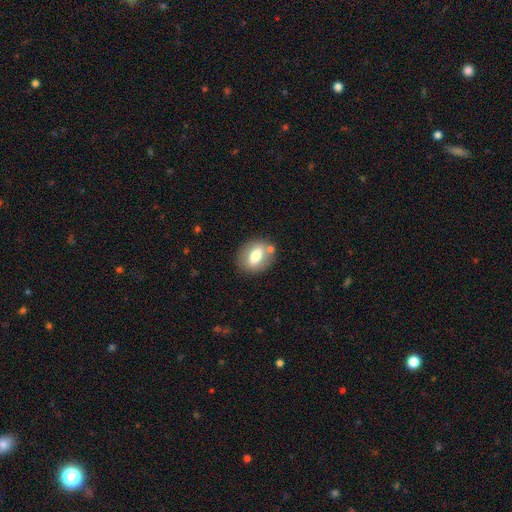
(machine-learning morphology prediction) A smooth galaxy with no disk features (65%) that is in between round and cigar-shaped (71%). Merging: none (75%).